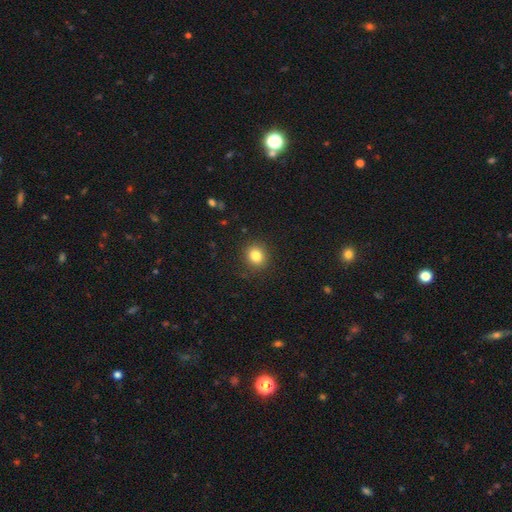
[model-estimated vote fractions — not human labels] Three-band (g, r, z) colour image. It shows a smooth galaxy with no disk features (83%) that is round (81%). Merging: none (89%).